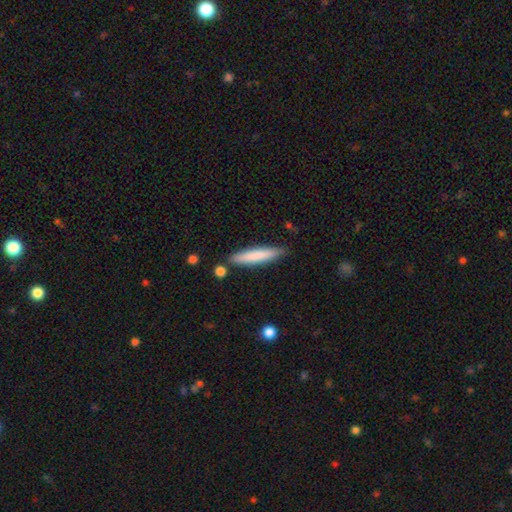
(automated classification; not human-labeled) smooth_or_featured: smooth (p=0.77) [alt: featured or disk p=0.18]
how_rounded: cigar-shaped (p=0.89) [alt: in between p=0.09]
merging: none (p=0.84) [alt: minor disturbance p=0.11]